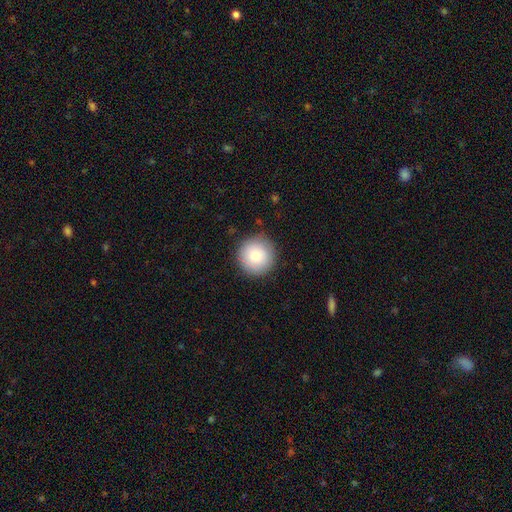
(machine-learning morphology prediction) This appears to be a smooth galaxy with no disk features (82%) that is round (96%). Merging: none (88%).